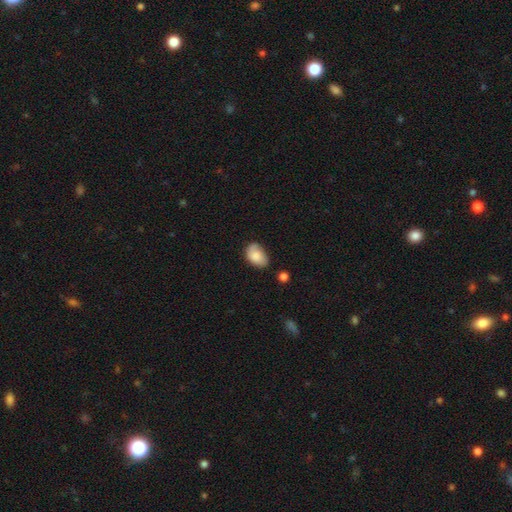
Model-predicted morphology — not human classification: smooth-or-featured: smooth: 79% | featured or disk: 14% | star or artifact: 7%
  how-rounded: in between: 86% | round: 13% | cigar-shaped: 1%
  merging: none: 52% | minor disturbance: 34% | major disturbance: 10% | merger: 5%